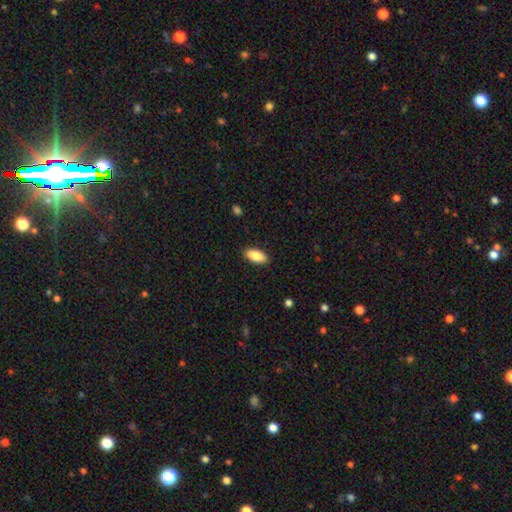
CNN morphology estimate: Overall: smooth (86%). How rounded: in between (92%). Merging: none (89%).